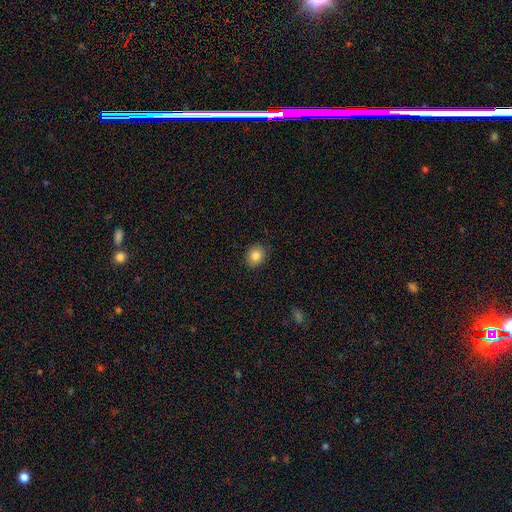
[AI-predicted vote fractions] Smooth or featured?
  - smooth: 83% *
  - star or artifact: 9%
  - featured or disk: 8%
How rounded?
  - round: 59% *
  - in between: 40%
  - cigar-shaped: 1%
Merging?
  - none: 90% *
  - minor disturbance: 8%
  - major disturbance: 2%
  - merger: 1%